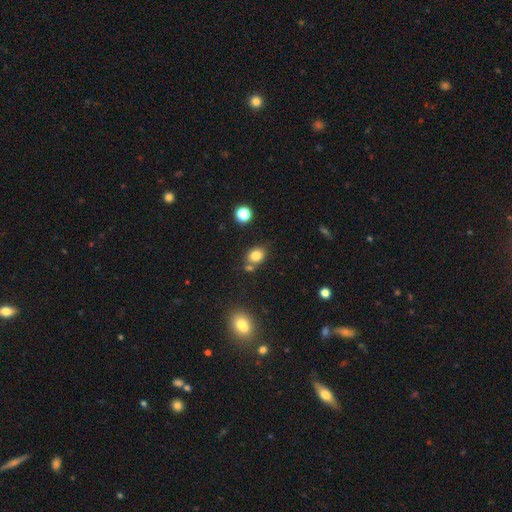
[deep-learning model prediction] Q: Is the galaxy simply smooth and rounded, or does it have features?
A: smooth — 81%.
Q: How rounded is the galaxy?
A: round — 54%.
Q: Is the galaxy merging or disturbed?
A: none — 67%.